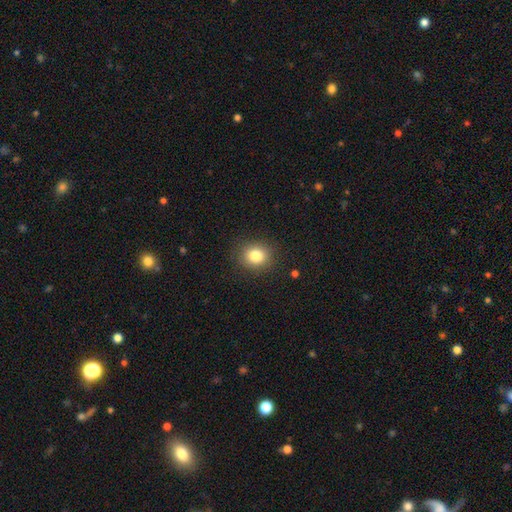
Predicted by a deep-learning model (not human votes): Smooth or featured?
  - smooth: 82% *
  - star or artifact: 11%
  - featured or disk: 7%
How rounded?
  - round: 69% *
  - in between: 30%
  - cigar-shaped: 1%
Merging?
  - none: 87% *
  - minor disturbance: 9%
  - major disturbance: 3%
  - merger: 1%